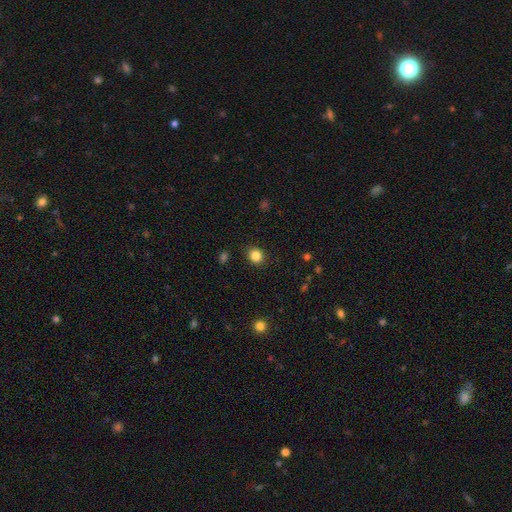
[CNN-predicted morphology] Q: Smooth or featured?
A: smooth (85%); runner-up: star or artifact (11%)
Q: How rounded?
A: round (76%); runner-up: in between (23%)
Q: Merging?
A: none (89%); runner-up: minor disturbance (7%)